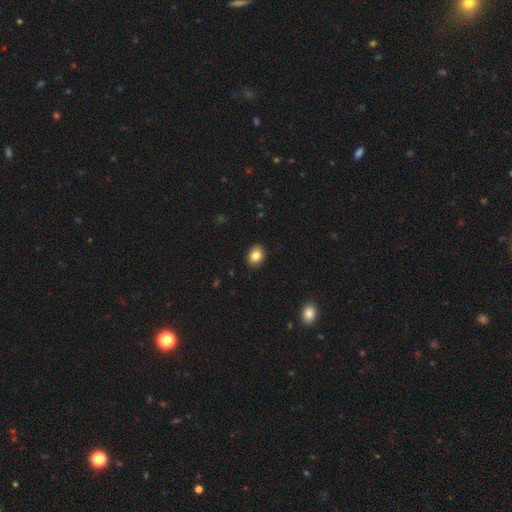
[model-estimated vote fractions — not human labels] smooth 84%, star or artifact 9%, featured or disk 7%. Down the decision tree: how rounded — in between (60%); merging — none (90%).